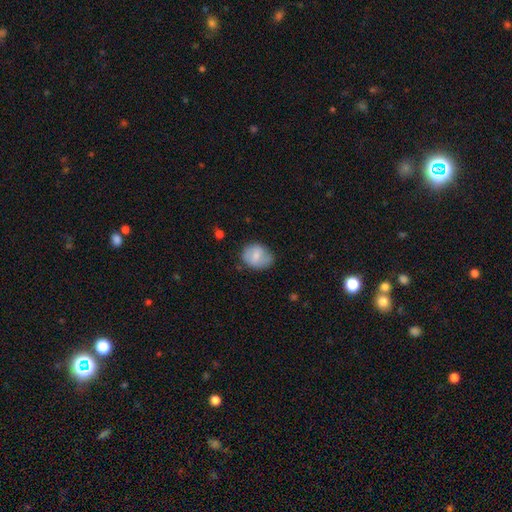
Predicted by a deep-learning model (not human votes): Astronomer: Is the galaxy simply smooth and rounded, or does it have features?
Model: smooth — 67%.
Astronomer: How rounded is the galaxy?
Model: round — 50% (runner-up: in between, 49%).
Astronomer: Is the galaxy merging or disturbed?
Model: none — 63%.